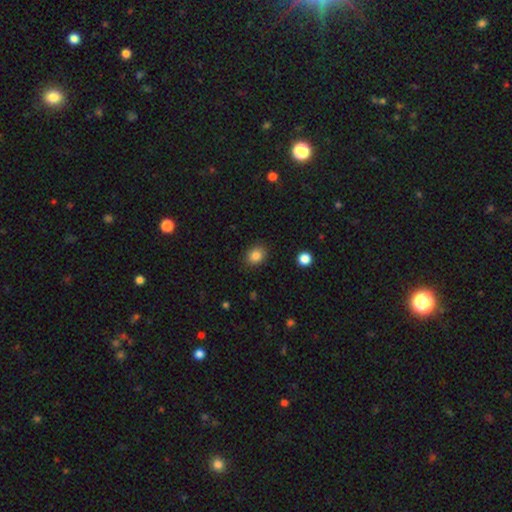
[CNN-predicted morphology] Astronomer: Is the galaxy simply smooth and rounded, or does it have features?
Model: smooth — 85%.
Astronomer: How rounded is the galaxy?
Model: round — 51% (runner-up: in between, 48%).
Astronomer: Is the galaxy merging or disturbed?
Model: none — 87%.